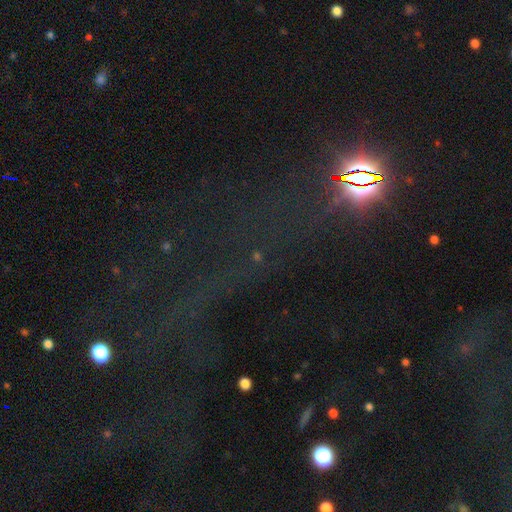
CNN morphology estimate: star or artifact 74%, smooth 14%, featured or disk 13%.